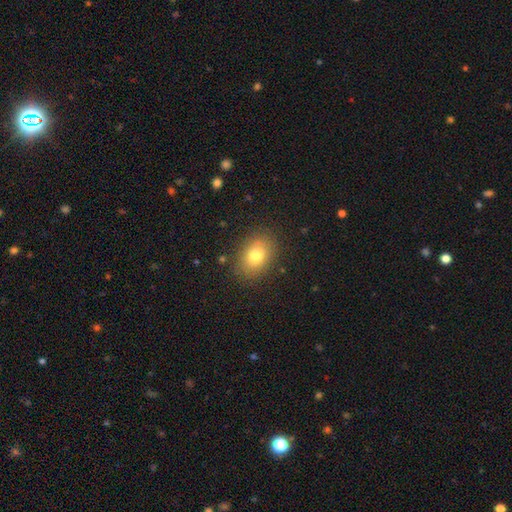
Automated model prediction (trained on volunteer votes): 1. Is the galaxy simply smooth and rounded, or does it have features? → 77% smooth, 12% featured or disk, 11% star or artifact.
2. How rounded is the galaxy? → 75% in between, 24% round, 1% cigar-shaped.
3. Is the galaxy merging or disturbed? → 86% none, 10% minor disturbance, 3% major disturbance, 1% merger.